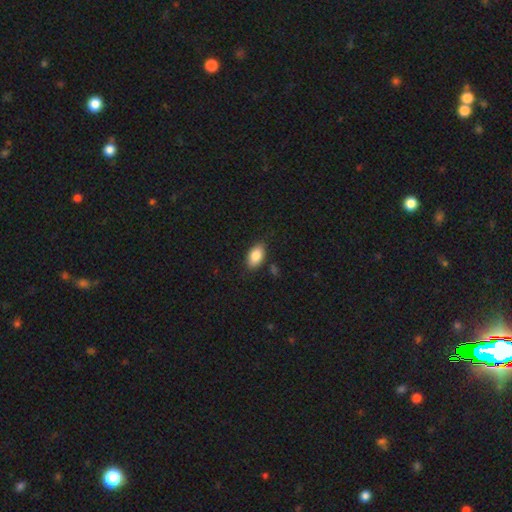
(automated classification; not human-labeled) A smooth galaxy with no disk features (85%) that is in between round and cigar-shaped (92%).

Vote fractions:
- Smooth or featured? smooth: 85% / featured or disk: 7% / star or artifact: 7%
- How rounded? in between: 92% / round: 5% / cigar-shaped: 3%
- Merging? none: 84% / minor disturbance: 11% / major disturbance: 2% / merger: 2%